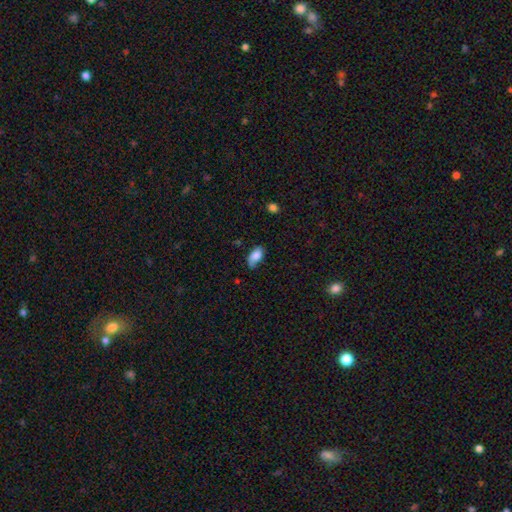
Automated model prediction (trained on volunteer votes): The model was most divided on "merging": none: 50%, minor disturbance: 35%, major disturbance: 12%, merger: 3%. More confident: how rounded — in between (92%); smooth or featured — smooth (75%).